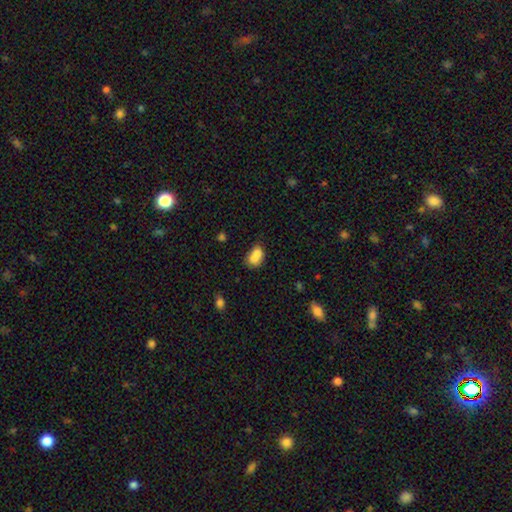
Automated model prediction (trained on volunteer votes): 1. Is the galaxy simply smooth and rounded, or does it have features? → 75% smooth, 16% featured or disk, 10% star or artifact.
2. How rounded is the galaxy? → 67% in between, 31% round, 2% cigar-shaped.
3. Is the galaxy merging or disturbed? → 55% merger, 27% none, 13% minor disturbance, 5% major disturbance.